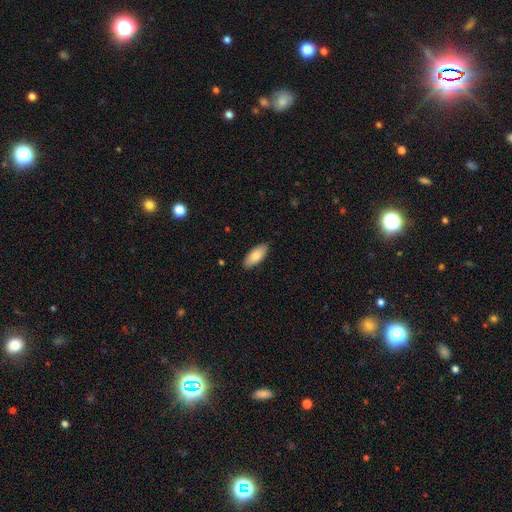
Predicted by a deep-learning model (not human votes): Smooth or featured?
  - smooth: 83% *
  - featured or disk: 12%
  - star or artifact: 6%
How rounded?
  - in between: 86% *
  - cigar-shaped: 12%
  - round: 2%
Merging?
  - none: 88% *
  - minor disturbance: 10%
  - major disturbance: 2%
  - merger: 1%